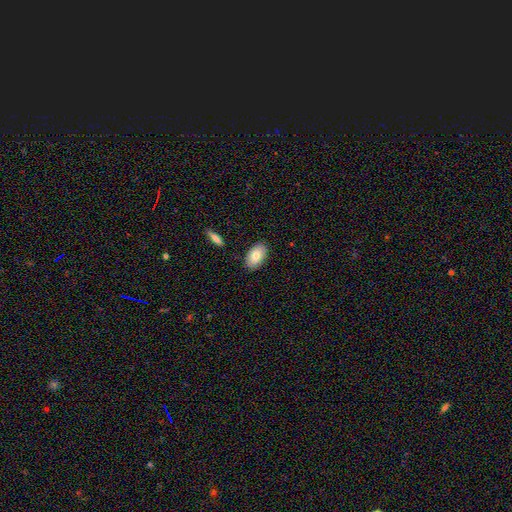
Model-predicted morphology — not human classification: Smooth or featured? Predicted: smooth (p=0.81). How rounded? Predicted: in between (p=0.94). Merging? Predicted: none (p=0.87).